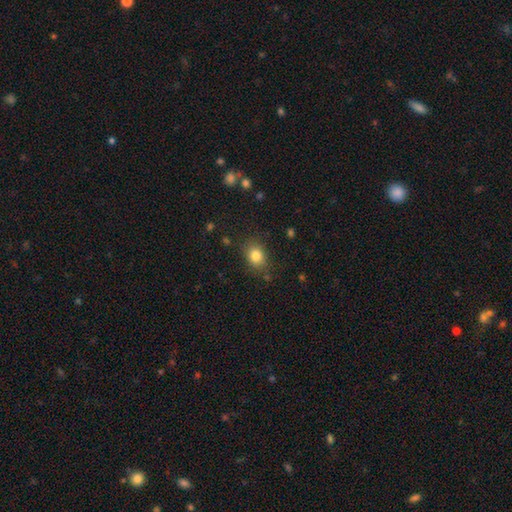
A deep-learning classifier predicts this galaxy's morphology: smooth-or-featured: smooth: 83% | star or artifact: 11% | featured or disk: 7%
  how-rounded: in between: 51% | round: 48% | cigar-shaped: 1%
  merging: none: 80% | minor disturbance: 14% | major disturbance: 4% | merger: 2%